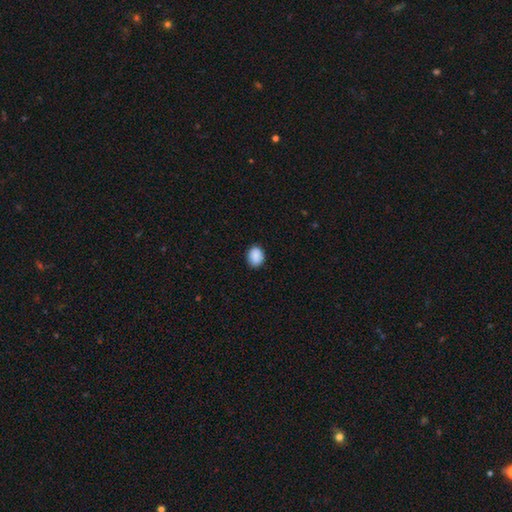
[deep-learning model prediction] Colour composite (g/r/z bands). It shows a smooth galaxy with no disk features (90%) that is in between round and cigar-shaped (54%). Merging: none (87%).